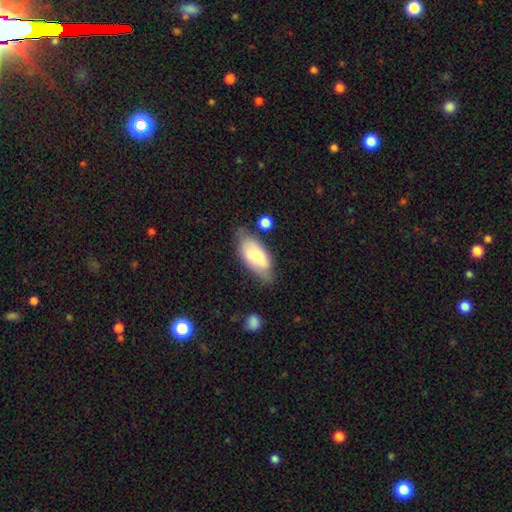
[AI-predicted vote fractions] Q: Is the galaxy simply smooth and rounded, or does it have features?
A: smooth — 67%.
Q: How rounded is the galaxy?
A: in between — 88%.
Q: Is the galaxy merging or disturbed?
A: none — 58%.